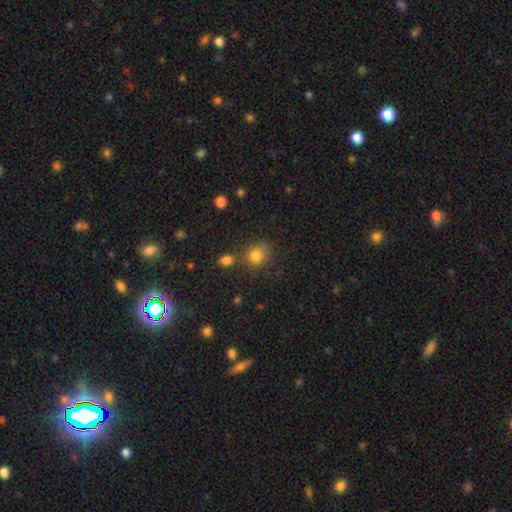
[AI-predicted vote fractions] This is clearly a smooth galaxy (80%). How rounded: likely round (70%). Merging: possibly none (58%).